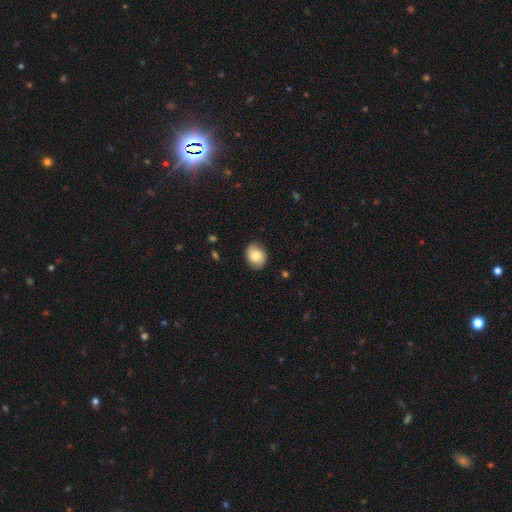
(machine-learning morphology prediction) smooth-or-featured: smooth: 67% | featured or disk: 25% | star or artifact: 8%
  how-rounded: round: 52% | in between: 47% | cigar-shaped: 1%
  merging: none: 84% | minor disturbance: 12% | major disturbance: 3% | merger: 1%